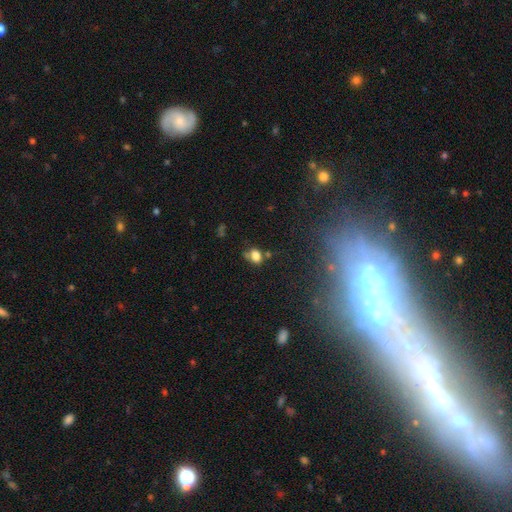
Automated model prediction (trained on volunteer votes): smooth_or_featured: smooth (p=0.76) [alt: star or artifact p=0.13]
how_rounded: in between (p=0.62) [alt: round p=0.36]
merging: none (p=0.47) [alt: minor disturbance p=0.28]